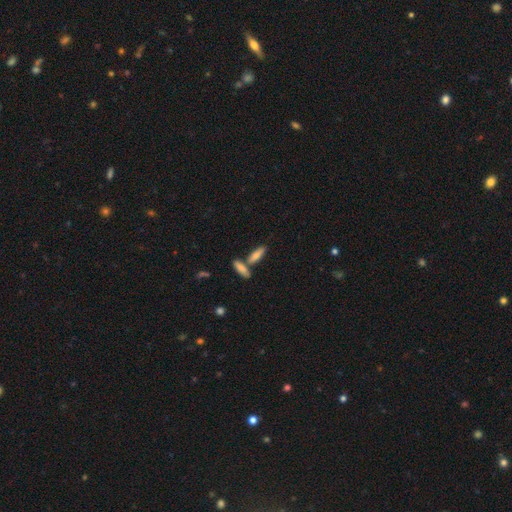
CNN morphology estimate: Smooth or featured? Predicted: smooth (p=0.67). How rounded? Predicted: in between (p=0.53). Merging? Predicted: none (p=0.54).